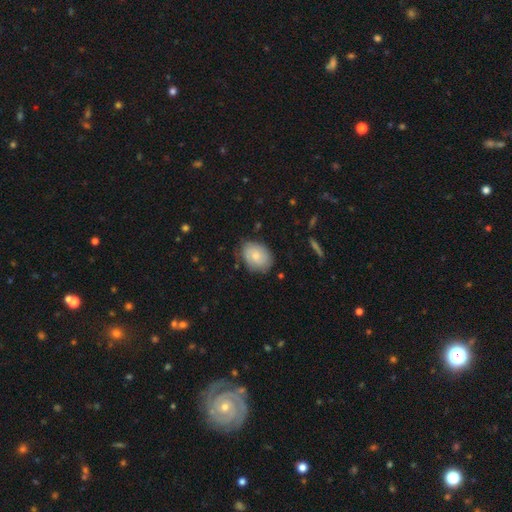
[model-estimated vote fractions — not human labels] A smooth galaxy with no disk features (77%) that is in between round and cigar-shaped (72%). Merging: none (76%).